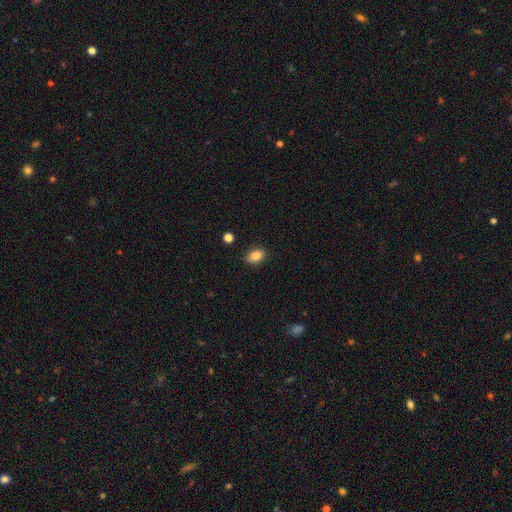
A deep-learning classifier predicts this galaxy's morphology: Smooth or featured?
  - smooth: 85% *
  - star or artifact: 9%
  - featured or disk: 6%
How rounded?
  - in between: 83% *
  - round: 15%
  - cigar-shaped: 2%
Merging?
  - none: 86% *
  - minor disturbance: 11%
  - major disturbance: 2%
  - merger: 2%